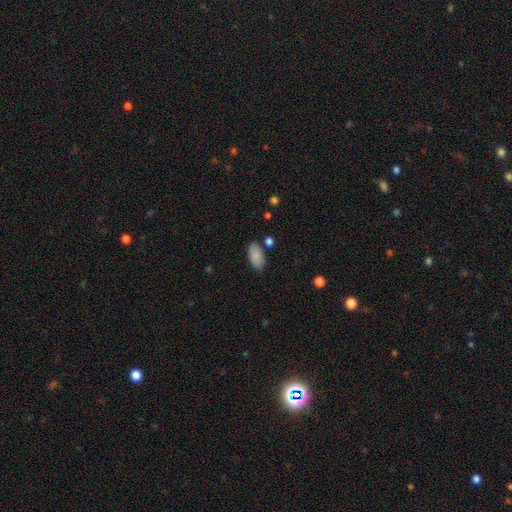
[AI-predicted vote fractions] A smooth galaxy with no disk features (88%) that is in between round and cigar-shaped (94%).

Vote fractions:
- Smooth or featured? smooth: 88% / star or artifact: 7% / featured or disk: 5%
- How rounded? in between: 94% / cigar-shaped: 3% / round: 3%
- Merging? none: 80% / minor disturbance: 13% / merger: 4% / major disturbance: 3%